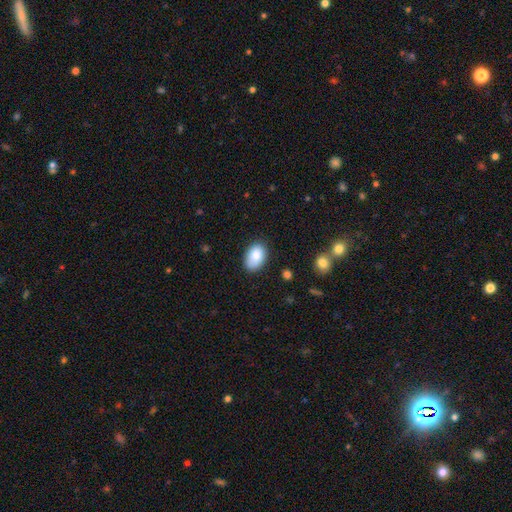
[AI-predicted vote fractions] This appears to be a smooth galaxy with no disk features (86%) that is in between round and cigar-shaped (89%). Merging: none (79%).